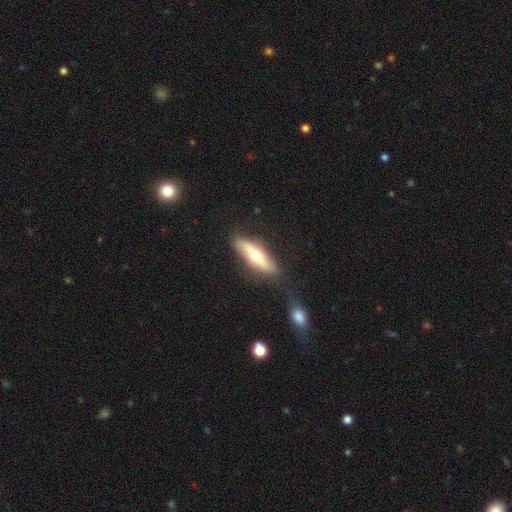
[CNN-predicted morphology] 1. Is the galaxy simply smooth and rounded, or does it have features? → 48% smooth, 46% featured or disk, 6% star or artifact.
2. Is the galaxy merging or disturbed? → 70% none, 17% minor disturbance, 7% merger, 6% major disturbance.